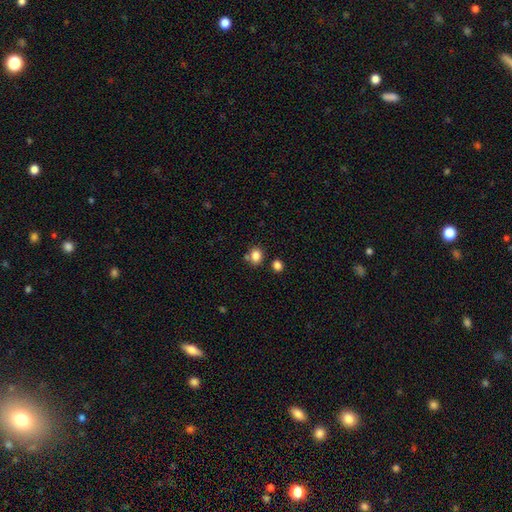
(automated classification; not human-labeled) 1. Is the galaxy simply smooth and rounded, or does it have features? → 83% smooth, 12% star or artifact, 5% featured or disk.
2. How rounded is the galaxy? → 54% round, 45% in between, 1% cigar-shaped.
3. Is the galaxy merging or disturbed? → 69% none, 15% merger, 12% minor disturbance, 4% major disturbance.